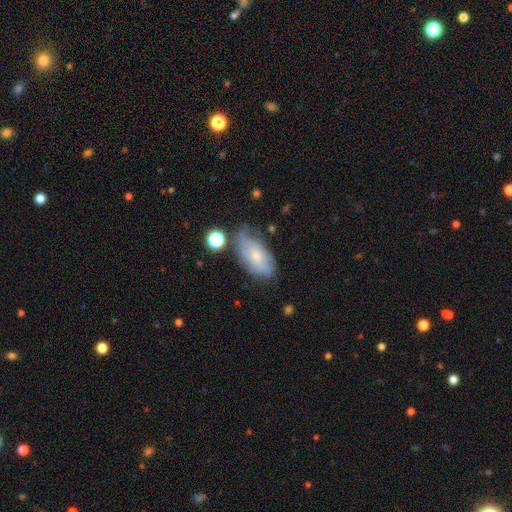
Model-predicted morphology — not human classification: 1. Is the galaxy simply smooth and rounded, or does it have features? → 52% smooth, 39% featured or disk, 9% star or artifact.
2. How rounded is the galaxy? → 89% in between, 6% cigar-shaped, 5% round.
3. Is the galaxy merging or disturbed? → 52% none, 31% minor disturbance, 11% major disturbance, 5% merger.